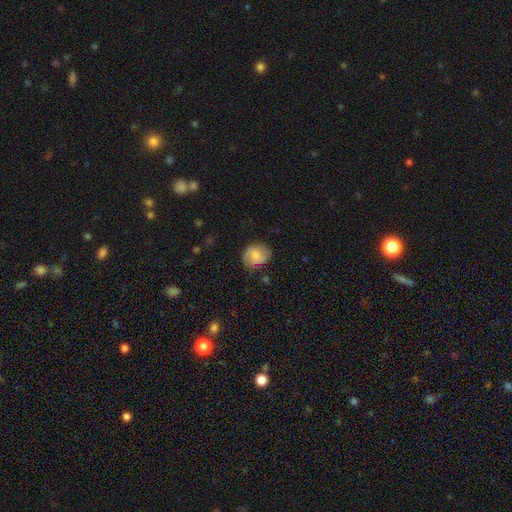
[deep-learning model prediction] Morphology: type=smooth (60%); roundness=round (62%); merging=none (74%).